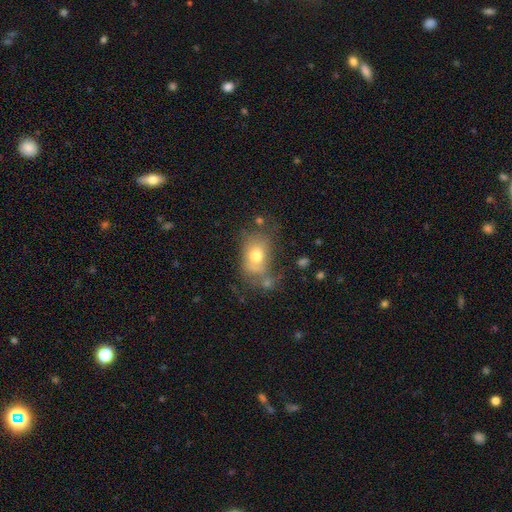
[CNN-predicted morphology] smooth_or_featured: smooth (p=0.68) [alt: featured or disk p=0.21]
how_rounded: in between (p=0.72) [alt: round p=0.27]
merging: none (p=0.40) [alt: minor disturbance p=0.25]